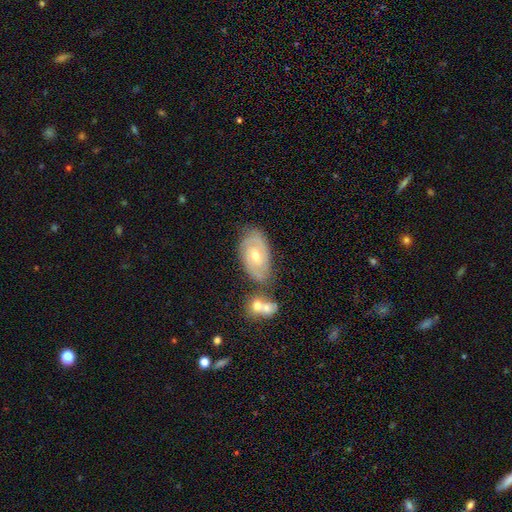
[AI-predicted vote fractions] Smooth or featured? Predicted: featured or disk (p=0.80). Edge-on disk? Predicted: no (p=0.96). Bar? Predicted: no (p=0.59). Spiral arms? Predicted: yes (p=0.93). Spiral winding? Predicted: tight (p=0.69). Spiral arm count? Predicted: 2 (p=0.55). Bulge size? Predicted: moderate (p=0.60). Merging? Predicted: none (p=0.66).